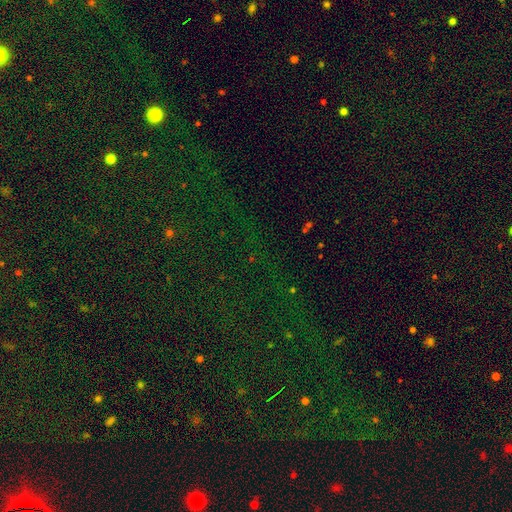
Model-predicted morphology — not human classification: Smooth or featured?
  - star or artifact: 78% *
  - smooth: 13%
  - featured or disk: 9%